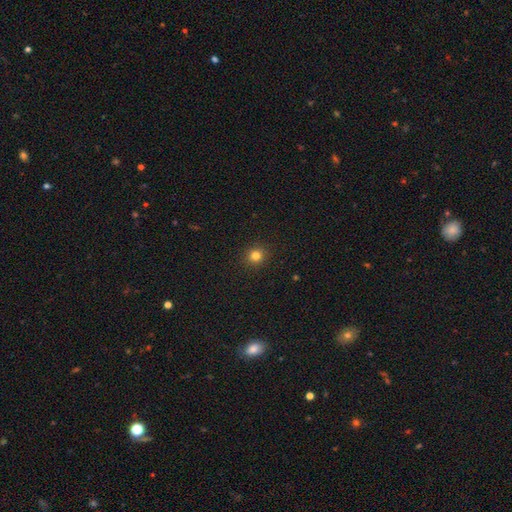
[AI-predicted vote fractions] A smooth galaxy with no disk features (81%) that is round (88%).

Vote fractions:
- Smooth or featured? smooth: 81% / star or artifact: 14% / featured or disk: 5%
- How rounded? round: 88% / in between: 11% / cigar-shaped: 1%
- Merging? none: 92% / minor disturbance: 5% / major disturbance: 2% / merger: 1%